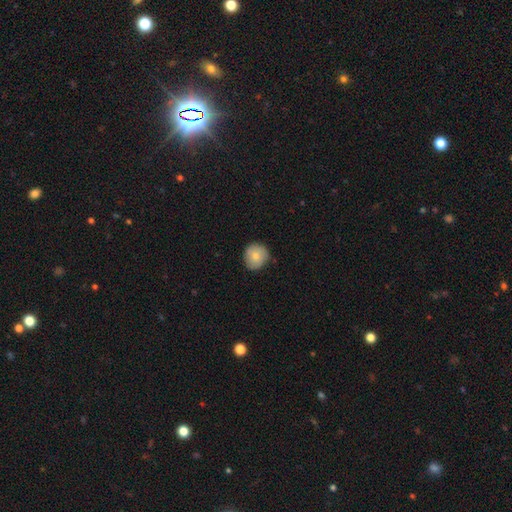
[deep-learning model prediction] A smooth galaxy with no disk features (75%) that is round (89%).

Vote fractions:
- Smooth or featured? smooth: 75% / featured or disk: 17% / star or artifact: 7%
- How rounded? round: 89% / in between: 10% / cigar-shaped: 1%
- Merging? none: 79% / minor disturbance: 17% / major disturbance: 3% / merger: 1%